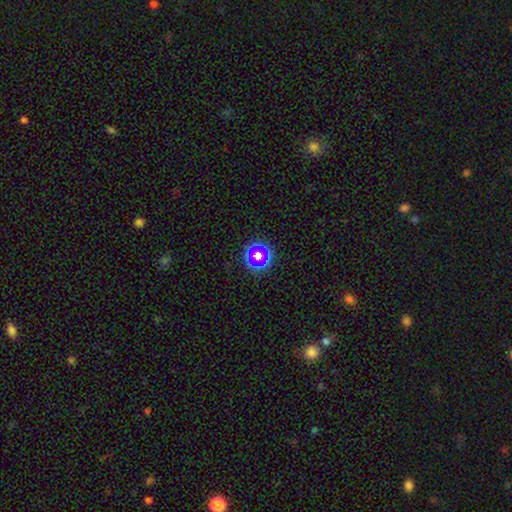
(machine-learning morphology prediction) The model was most divided on "smooth or featured": smooth: 43%, star or artifact: 40%, featured or disk: 17%. More confident: merging — none (81%).